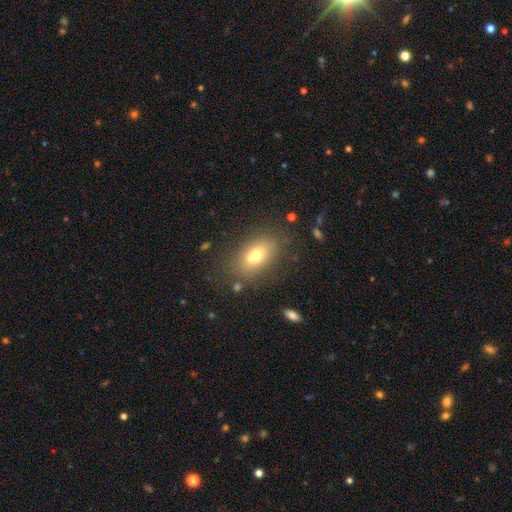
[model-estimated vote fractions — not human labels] smooth-or-featured: smooth: 68% | featured or disk: 20% | star or artifact: 11%
  how-rounded: in between: 84% | round: 12% | cigar-shaped: 5%
  merging: none: 74% | minor disturbance: 14% | merger: 7% | major disturbance: 6%